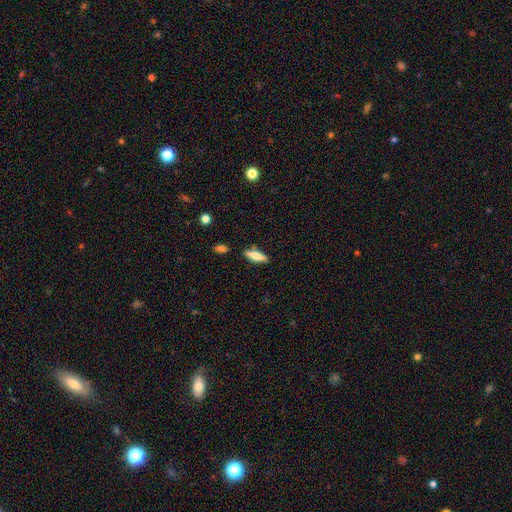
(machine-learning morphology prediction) Q: Smooth or featured?
A: smooth (66%); runner-up: featured or disk (27%)
Q: How rounded?
A: cigar-shaped (54%); runner-up: in between (44%)
Q: Merging?
A: none (84%); runner-up: minor disturbance (11%)